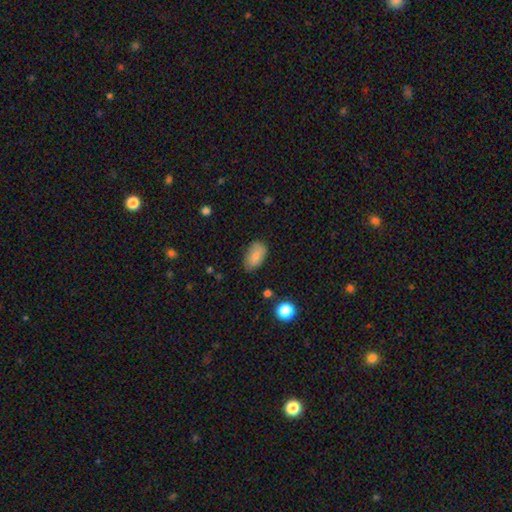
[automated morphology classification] Smooth or featured? Predicted: smooth (p=0.84). How rounded? Predicted: in between (p=0.92). Merging? Predicted: none (p=0.72).